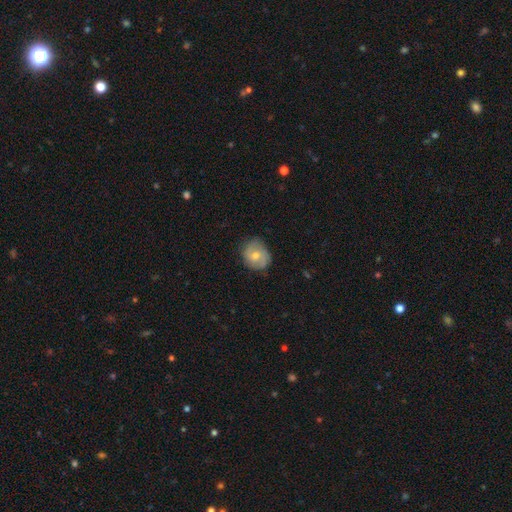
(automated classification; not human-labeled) A smooth galaxy with no disk features (53%) that is round (72%).

Vote fractions:
- Smooth or featured? smooth: 53% / featured or disk: 40% / star or artifact: 7%
- How rounded? round: 72% / in between: 27% / cigar-shaped: 1%
- Merging? none: 69% / minor disturbance: 24% / major disturbance: 6% / merger: 1%